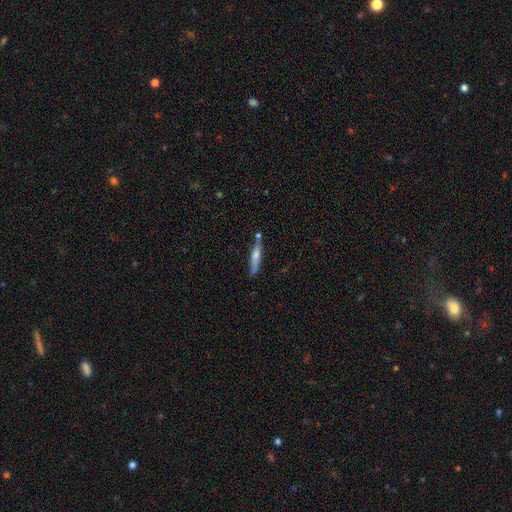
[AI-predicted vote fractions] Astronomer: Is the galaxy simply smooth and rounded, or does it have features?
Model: featured or disk — 53% (runner-up: smooth, 41%).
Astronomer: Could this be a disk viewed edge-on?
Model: yes — 95%.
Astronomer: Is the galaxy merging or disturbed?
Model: none — 79%.